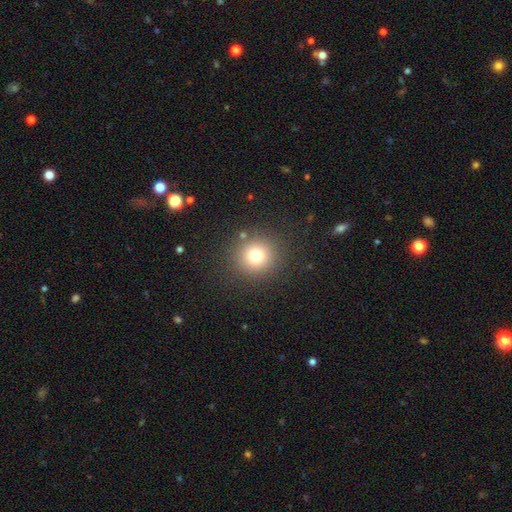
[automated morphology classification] smooth 76%, star or artifact 15%, featured or disk 9%. Down the decision tree: how rounded — round (92%); merging — none (87%).